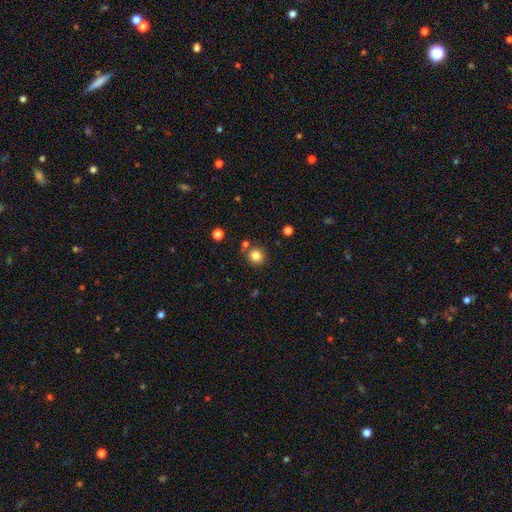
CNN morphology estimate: smooth-or-featured: smooth: 83% | star or artifact: 12% | featured or disk: 5%
  how-rounded: round: 92% | in between: 8% | cigar-shaped: 1%
  merging: none: 80% | merger: 9% | minor disturbance: 8% | major disturbance: 3%